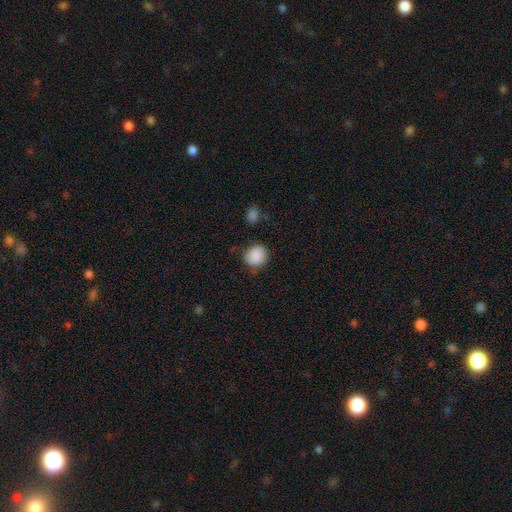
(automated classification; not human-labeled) Q: Smooth or featured?
A: smooth (87%); runner-up: star or artifact (8%)
Q: How rounded?
A: round (84%); runner-up: in between (15%)
Q: Merging?
A: none (77%); runner-up: minor disturbance (16%)